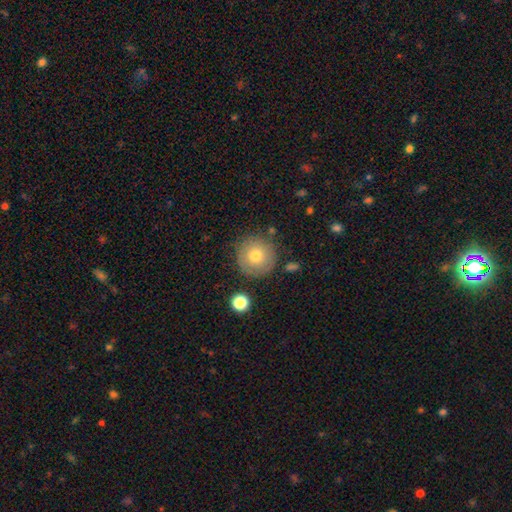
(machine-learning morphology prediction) This appears to be a smooth galaxy with no disk features (75%) that is round (96%). Merging: none (83%).